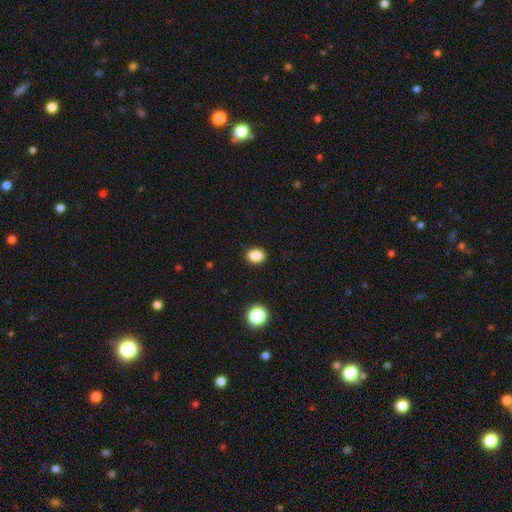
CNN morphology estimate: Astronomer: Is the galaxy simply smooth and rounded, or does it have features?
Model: smooth — 85%.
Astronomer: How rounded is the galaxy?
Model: in between — 70%.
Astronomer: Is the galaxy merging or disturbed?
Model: none — 89%.